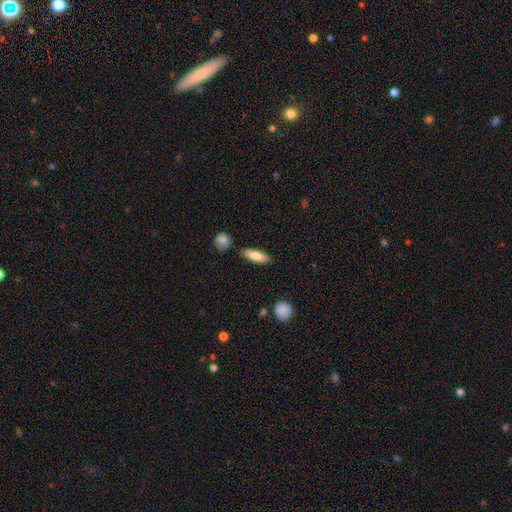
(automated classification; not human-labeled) Smooth or featured? Predicted: smooth (p=0.82). How rounded? Predicted: in between (p=0.55). Merging? Predicted: none (p=0.84).